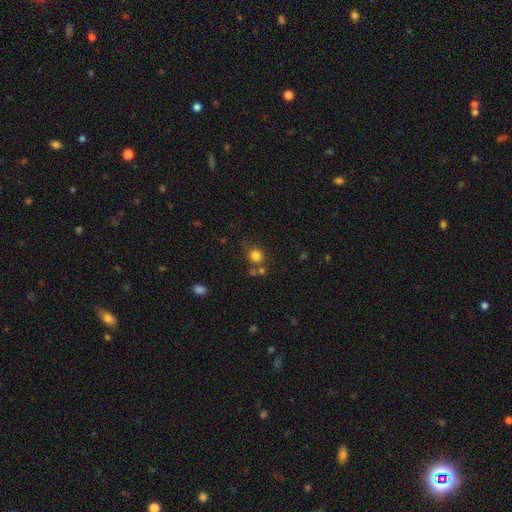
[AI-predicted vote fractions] Smooth or featured? smooth (80%)
How rounded? round (87%)
Merging? none (68%)